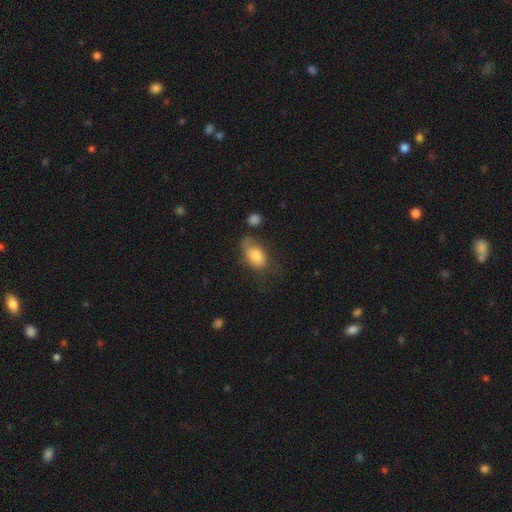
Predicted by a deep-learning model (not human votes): Morphology: type=smooth (79%); roundness=in between (89%); merging=none (49%).